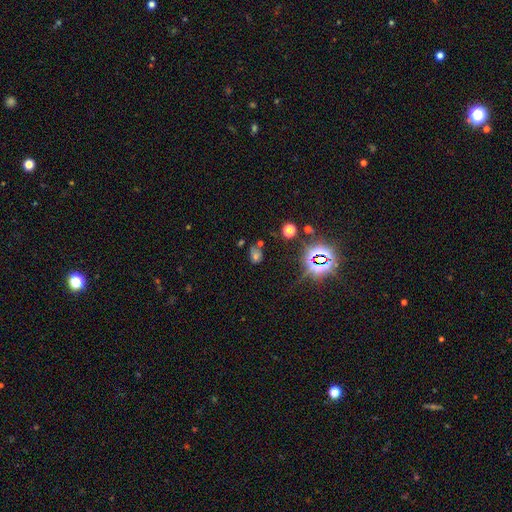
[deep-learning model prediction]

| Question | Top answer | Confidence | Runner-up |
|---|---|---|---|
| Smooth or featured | star or artifact | 50% | smooth (37%) |